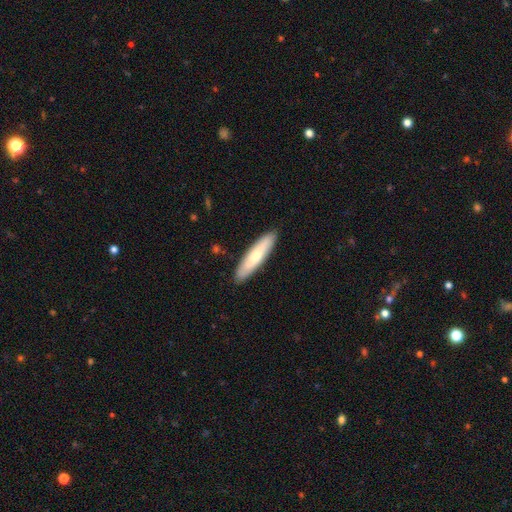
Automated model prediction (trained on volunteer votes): Smooth or featured?
  - smooth: 66% *
  - featured or disk: 29%
  - star or artifact: 5%
How rounded?
  - cigar-shaped: 77% *
  - in between: 22%
  - round: 1%
Merging?
  - none: 90% *
  - minor disturbance: 8%
  - major disturbance: 2%
  - merger: 1%